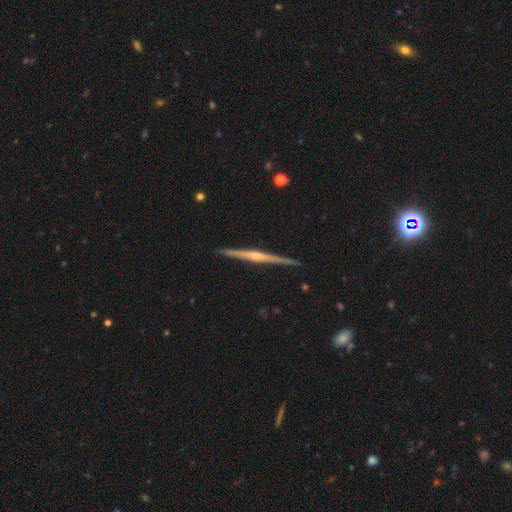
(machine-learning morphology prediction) featured or disk 82%, smooth 13%, star or artifact 5%. Down the decision tree: edge-on disk — yes (99%); edge-on bulge — rounded (78%); merging — none (92%).